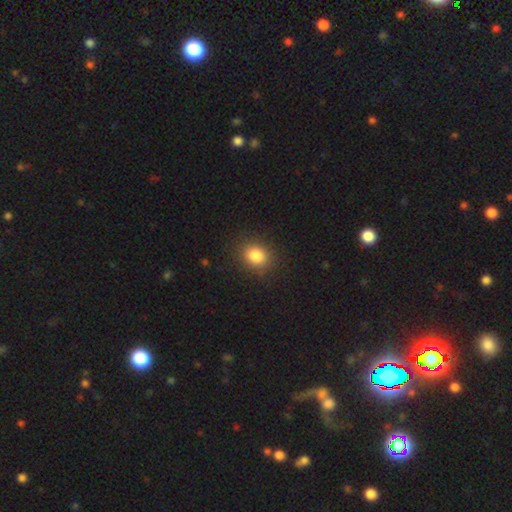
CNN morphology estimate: Smooth or featured? Predicted: smooth (p=0.84). How rounded? Predicted: round (p=0.57). Merging? Predicted: none (p=0.87).